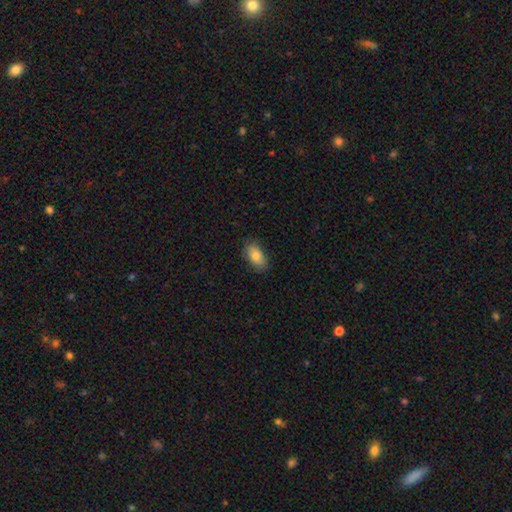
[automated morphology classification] A smooth galaxy with no disk features (82%) that is in between round and cigar-shaped (92%).

Vote fractions:
- Smooth or featured? smooth: 82% / featured or disk: 11% / star or artifact: 7%
- How rounded? in between: 92% / round: 5% / cigar-shaped: 3%
- Merging? none: 82% / minor disturbance: 14% / major disturbance: 3% / merger: 1%